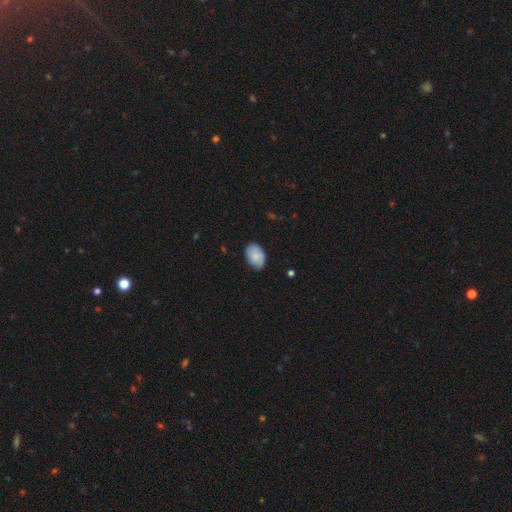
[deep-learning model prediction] Smooth or featured?
  - smooth: 79% *
  - featured or disk: 14%
  - star or artifact: 7%
How rounded?
  - in between: 87% *
  - round: 12%
  - cigar-shaped: 1%
Merging?
  - none: 78% *
  - minor disturbance: 18%
  - major disturbance: 3%
  - merger: 1%